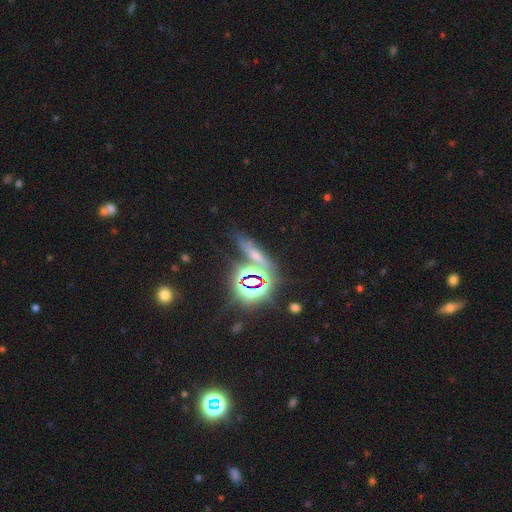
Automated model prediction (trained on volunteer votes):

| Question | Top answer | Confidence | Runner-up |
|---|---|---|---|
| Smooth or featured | star or artifact | 44% | smooth (39%) |